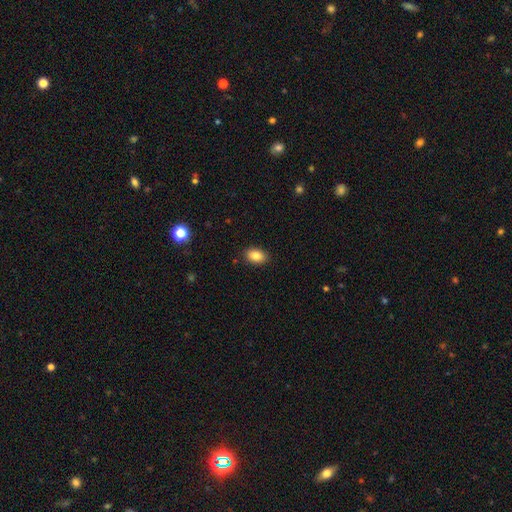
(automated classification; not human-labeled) Q: Smooth or featured?
A: smooth (84%); runner-up: star or artifact (9%)
Q: How rounded?
A: in between (86%); runner-up: round (12%)
Q: Merging?
A: none (89%); runner-up: minor disturbance (8%)